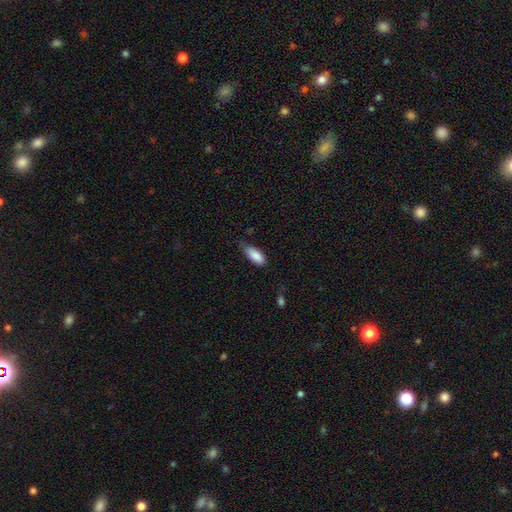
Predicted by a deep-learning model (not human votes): Smooth or featured? smooth (86%)
How rounded? in between (80%)
Merging? none (59%)